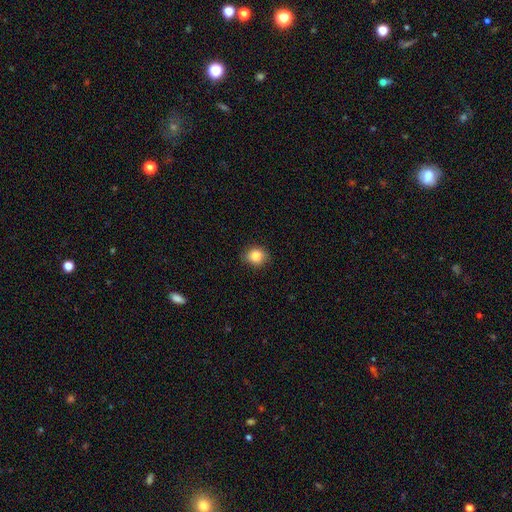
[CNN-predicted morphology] smooth 85%, star or artifact 10%, featured or disk 5%. Down the decision tree: how rounded — round (71%); merging — none (85%).